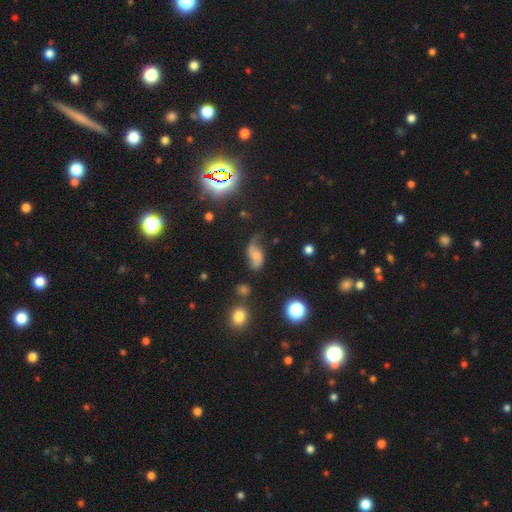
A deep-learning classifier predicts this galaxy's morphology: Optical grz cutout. It shows a featured or disk galaxy (58%) with no bar (60%), spiral arms (88%) and no central bulge (31%). Merging: none (40%).